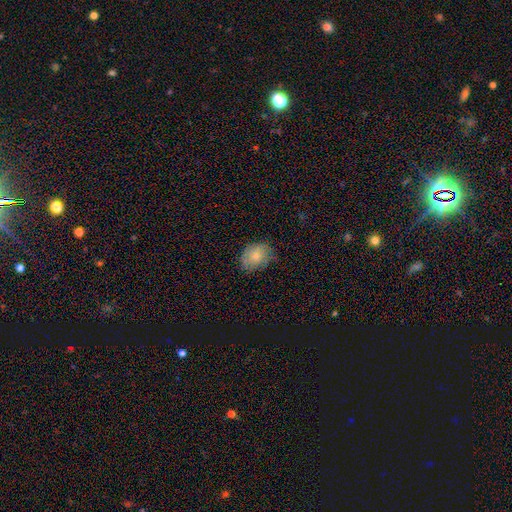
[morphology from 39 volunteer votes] This appears to be a smooth galaxy with no disk features (82%) that is in between round and cigar-shaped (53%). Merging: none (61%).